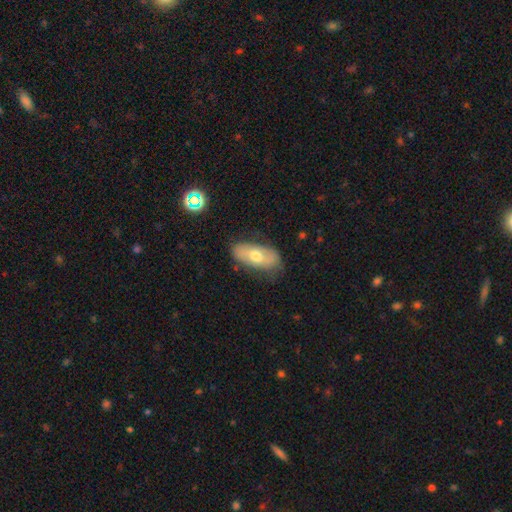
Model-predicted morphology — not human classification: type=smooth (57%); roundness=in between (87%); merging=none (72%).